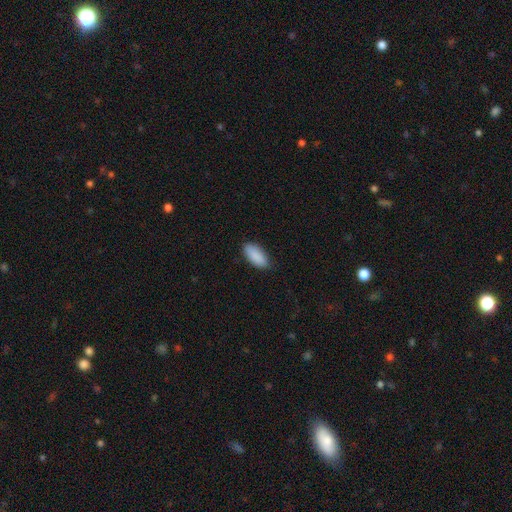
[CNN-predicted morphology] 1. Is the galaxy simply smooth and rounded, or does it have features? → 90% smooth, 6% star or artifact, 4% featured or disk.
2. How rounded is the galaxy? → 85% in between, 13% cigar-shaped, 2% round.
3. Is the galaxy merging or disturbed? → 84% none, 13% minor disturbance, 2% major disturbance, 1% merger.